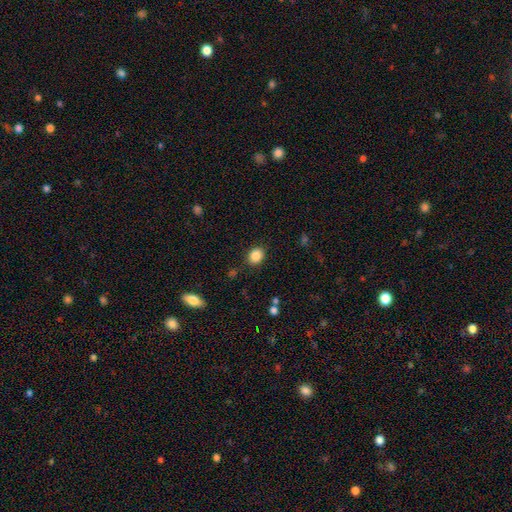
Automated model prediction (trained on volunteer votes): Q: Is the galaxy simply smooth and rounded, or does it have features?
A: smooth — 86%.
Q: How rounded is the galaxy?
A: round — 51%.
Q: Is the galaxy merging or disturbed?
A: none — 87%.